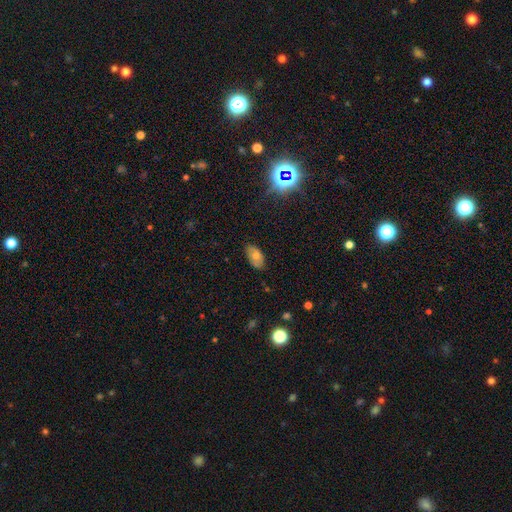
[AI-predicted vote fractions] smooth_or_featured: smooth (p=0.65) [alt: featured or disk p=0.23]
how_rounded: in between (p=0.92) [alt: round p=0.06]
merging: none (p=0.78) [alt: minor disturbance p=0.18]